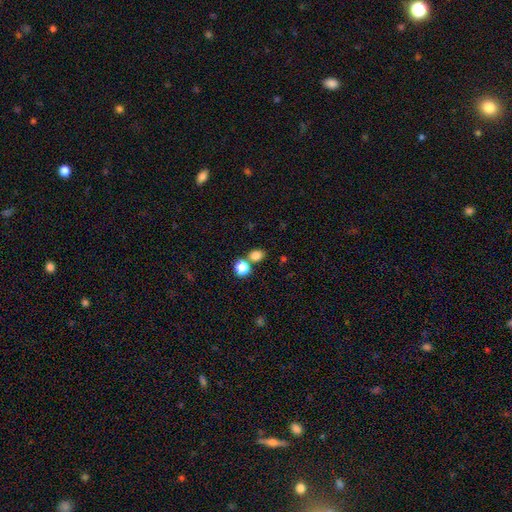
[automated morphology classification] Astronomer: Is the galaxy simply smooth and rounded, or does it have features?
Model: smooth — 81%.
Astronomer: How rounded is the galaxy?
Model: round — 56% (runner-up: in between, 42%).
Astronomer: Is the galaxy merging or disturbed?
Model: none — 62%.